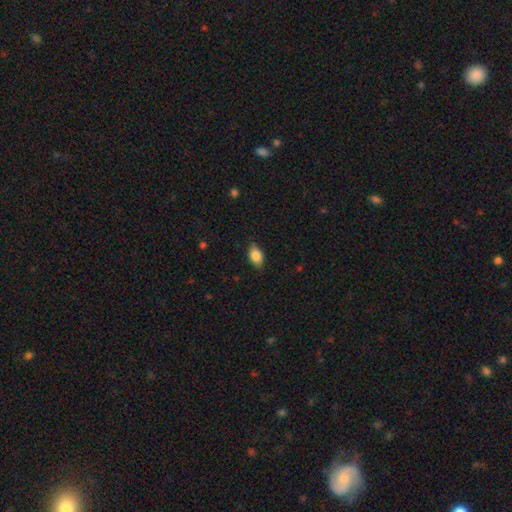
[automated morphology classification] smooth 85%, featured or disk 8%, star or artifact 7%. Down the decision tree: how rounded — in between (89%); merging — none (83%).